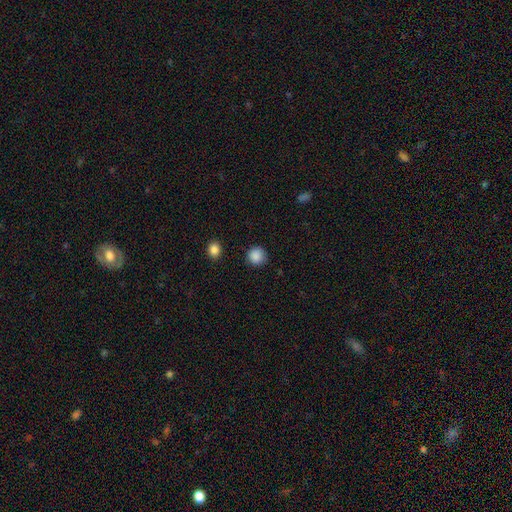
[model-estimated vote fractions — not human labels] smooth 87%, star or artifact 10%, featured or disk 3%. Down the decision tree: how rounded — round (93%); merging — none (87%).